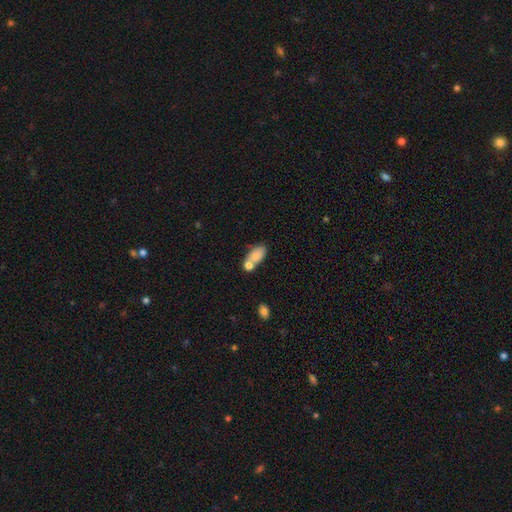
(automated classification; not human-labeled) Overall: smooth (78%). How rounded: in between (87%). Merging: none (41%; merger 38%).